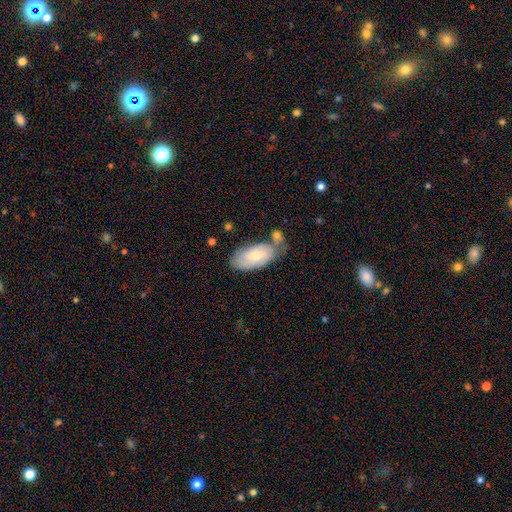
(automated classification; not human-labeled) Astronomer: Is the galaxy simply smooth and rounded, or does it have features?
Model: smooth — 62%.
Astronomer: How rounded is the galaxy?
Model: in between — 92%.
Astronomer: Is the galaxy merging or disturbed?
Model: none — 48% (runner-up: minor disturbance, 25%).